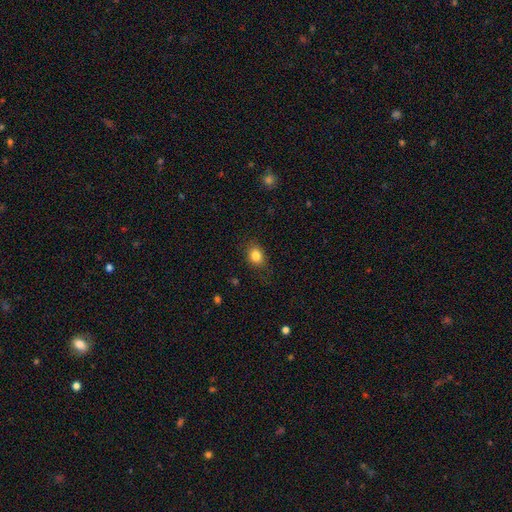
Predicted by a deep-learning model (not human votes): The model was most divided on "how rounded": in between: 64%, round: 35%, cigar-shaped: 1%. More confident: smooth or featured — smooth (83%); merging — none (79%).